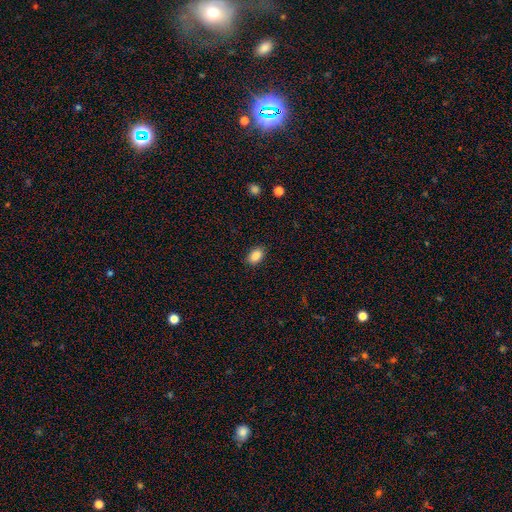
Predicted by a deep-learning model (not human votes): Smooth or featured?
  - smooth: 87% *
  - star or artifact: 8%
  - featured or disk: 4%
How rounded?
  - in between: 87% *
  - round: 12%
  - cigar-shaped: 1%
Merging?
  - none: 88% *
  - minor disturbance: 9%
  - major disturbance: 2%
  - merger: 1%